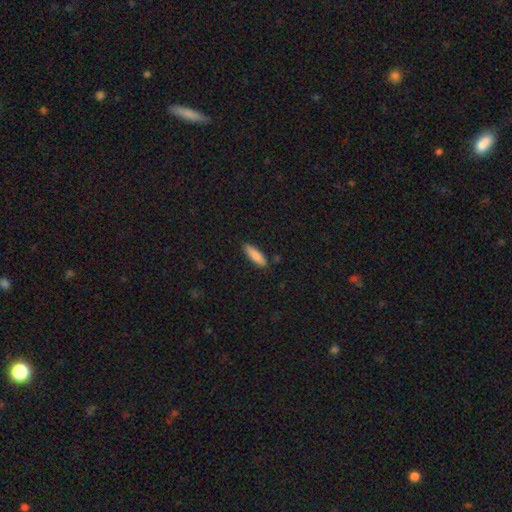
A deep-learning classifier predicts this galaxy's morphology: Q: Smooth or featured?
A: smooth (85%); runner-up: featured or disk (9%)
Q: How rounded?
A: cigar-shaped (63%); runner-up: in between (35%)
Q: Merging?
A: none (85%); runner-up: minor disturbance (11%)